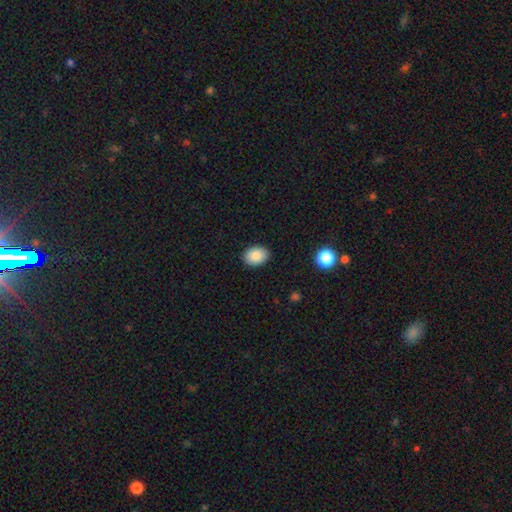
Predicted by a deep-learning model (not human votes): The model was most divided on "how rounded": in between: 69%, round: 30%, cigar-shaped: 1%. More confident: merging — none (89%); smooth or featured — smooth (86%).